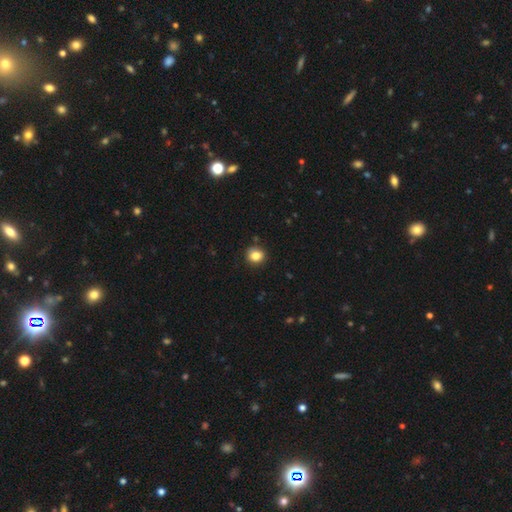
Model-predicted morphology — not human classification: smooth-or-featured: smooth: 84% | star or artifact: 11% | featured or disk: 6%
  how-rounded: round: 82% | in between: 17% | cigar-shaped: 1%
  merging: none: 89% | minor disturbance: 8% | major disturbance: 2% | merger: 1%